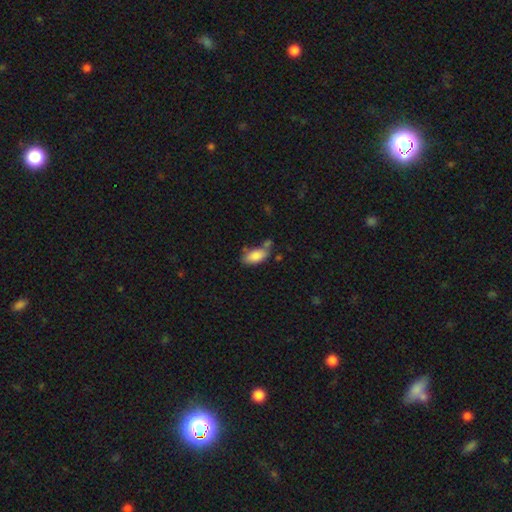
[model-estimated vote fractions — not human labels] smooth 84%, featured or disk 9%, star or artifact 7%. Down the decision tree: how rounded — in between (91%); merging — none (55%).